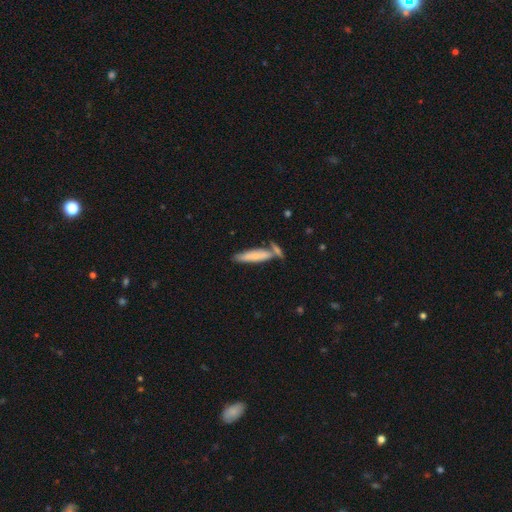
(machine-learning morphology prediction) Q: Smooth or featured?
A: smooth (69%); runner-up: featured or disk (25%)
Q: How rounded?
A: cigar-shaped (79%); runner-up: in between (20%)
Q: Merging?
A: none (56%); runner-up: merger (24%)